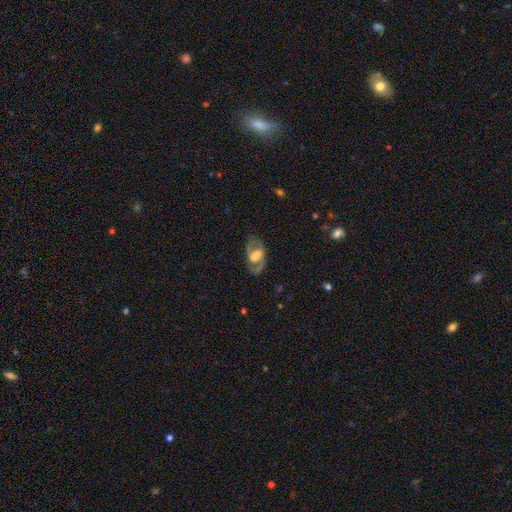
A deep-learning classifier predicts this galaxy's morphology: smooth-or-featured: featured or disk: 66% | smooth: 27% | star or artifact: 6%
  disk-edge-on: no: 92% | yes: 8%
    bar: weak: 41% | no: 35% | strong: 24%
    has-spiral-arms: yes: 65% | no: 35%
    bulge-size: large: 49% | moderate: 27% | small: 10% | none: 9% | dominant: 5%
  merging: none: 76% | minor disturbance: 15% | major disturbance: 8% | merger: 1%